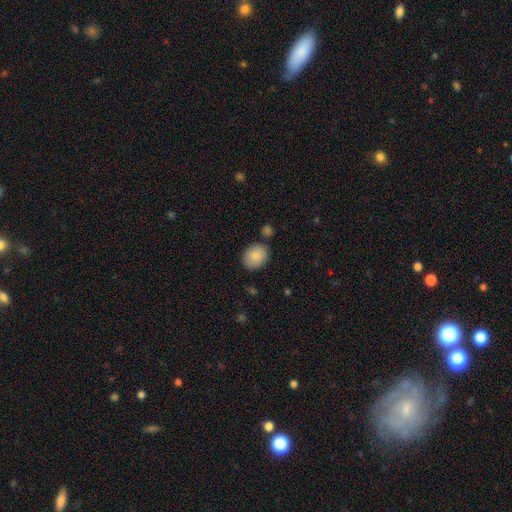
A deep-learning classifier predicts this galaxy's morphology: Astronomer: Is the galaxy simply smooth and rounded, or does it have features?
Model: smooth — 87%.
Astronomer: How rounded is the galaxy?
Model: in between — 58% (runner-up: round, 41%).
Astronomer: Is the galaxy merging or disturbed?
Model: none — 79%.